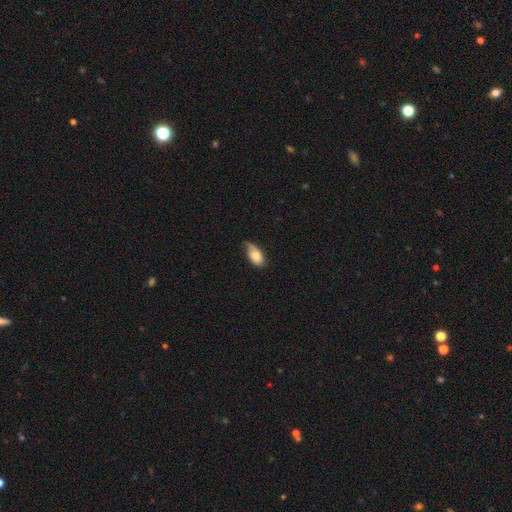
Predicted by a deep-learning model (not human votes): This appears to be a smooth galaxy with no disk features (71%) that is in between round and cigar-shaped (91%). Merging: none (41%, tied with minor disturbance).